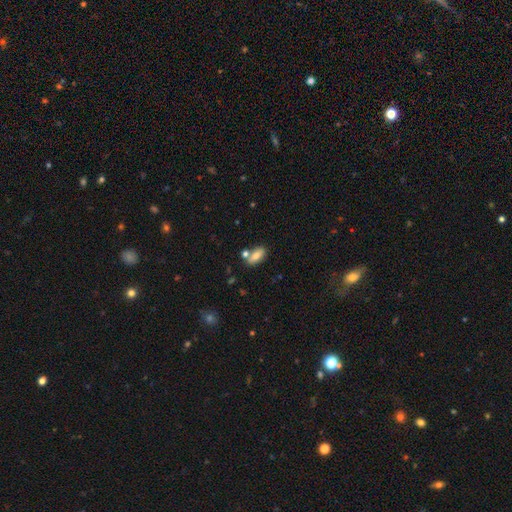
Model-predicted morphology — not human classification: The model was most divided on "merging": none: 64%, merger: 19%, minor disturbance: 13%, major disturbance: 3%. More confident: how rounded — in between (84%); smooth or featured — smooth (70%).